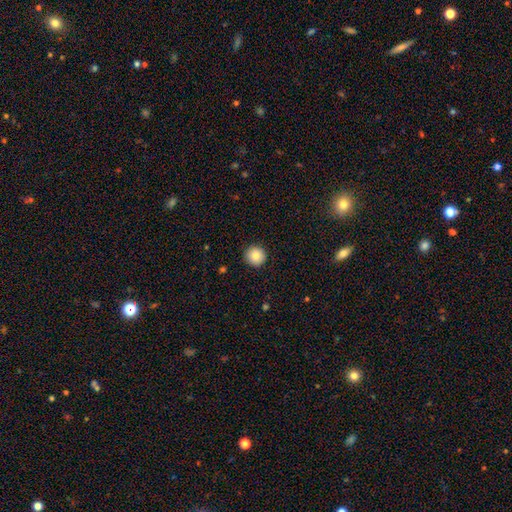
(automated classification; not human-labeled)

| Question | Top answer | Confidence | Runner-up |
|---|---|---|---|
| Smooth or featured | smooth | 85% | star or artifact (9%) |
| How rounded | round | 95% | in between (4%) |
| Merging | none | 91% | minor disturbance (6%) |